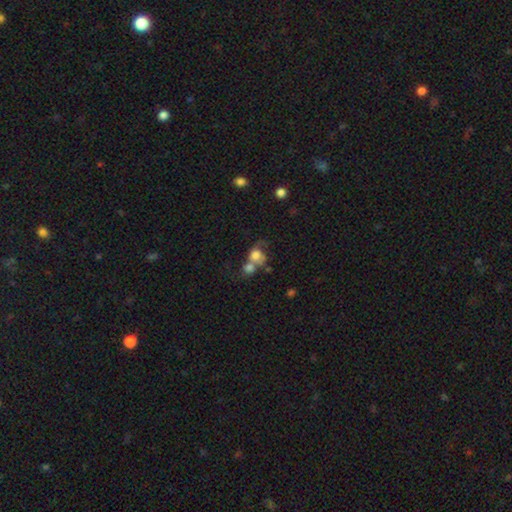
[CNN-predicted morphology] Q: Smooth or featured?
A: smooth (68%); runner-up: featured or disk (21%)
Q: How rounded?
A: round (69%); runner-up: in between (30%)
Q: Merging?
A: merger (61%); runner-up: none (19%)